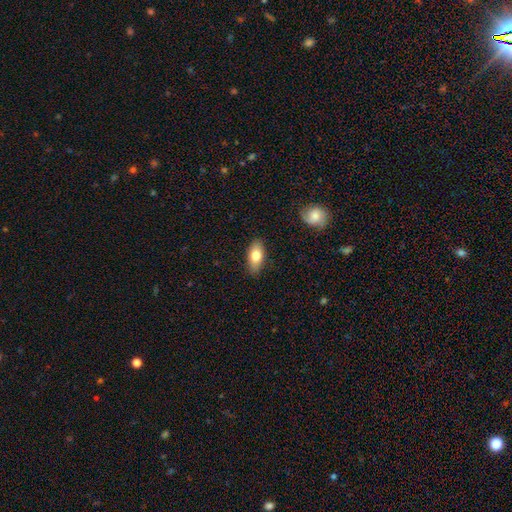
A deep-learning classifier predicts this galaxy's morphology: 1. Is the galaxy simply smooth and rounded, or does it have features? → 76% smooth, 17% featured or disk, 7% star or artifact.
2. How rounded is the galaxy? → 87% in between, 9% cigar-shaped, 4% round.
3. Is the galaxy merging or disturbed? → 85% none, 11% minor disturbance, 2% major disturbance, 1% merger.